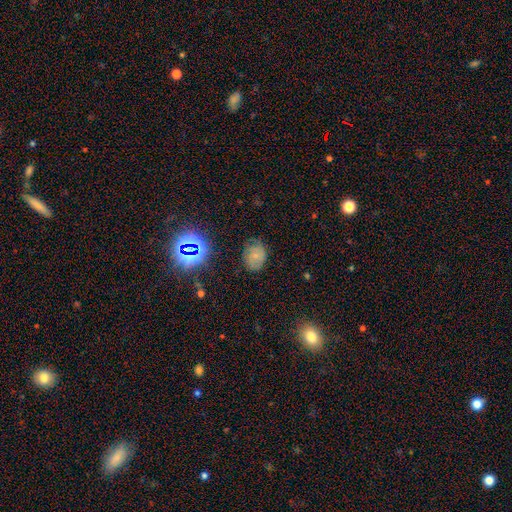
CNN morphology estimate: type=smooth (55%); roundness=in between (52%); merging=none (68%).